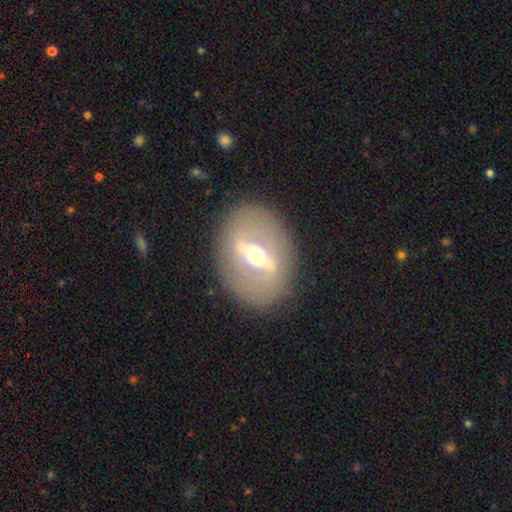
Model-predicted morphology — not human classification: The model was most divided on "bar": strong: 71%, weak: 22%, no: 7%. More confident: merging — none (86%); spiral arms — no (85%); edge-on disk — no (75%); smooth or featured — featured or disk (74%); bulge size — moderate (72%).